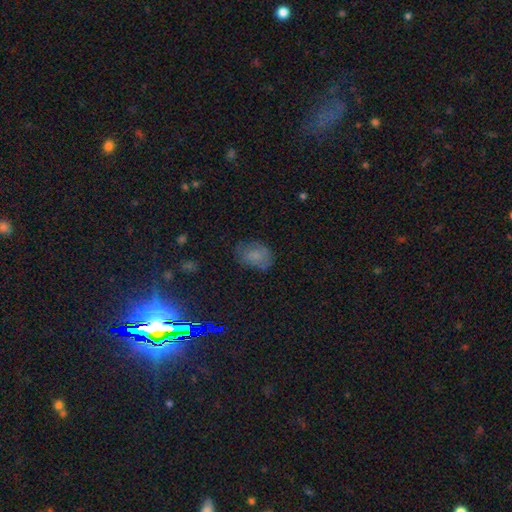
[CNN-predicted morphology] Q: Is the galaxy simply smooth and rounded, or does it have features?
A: smooth — 69%.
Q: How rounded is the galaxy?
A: in between — 76%.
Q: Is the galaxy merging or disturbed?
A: none — 66%.